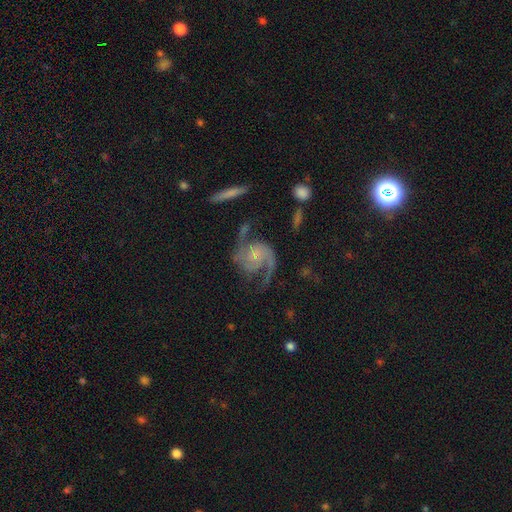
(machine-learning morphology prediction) type=featured or disk (90%); edge-on=no (98%); bar=no (69%); spiral arms=yes (98%); winding=medium (54%); arm count=2 (91%); bulge=small (71%); merging=none (65%).